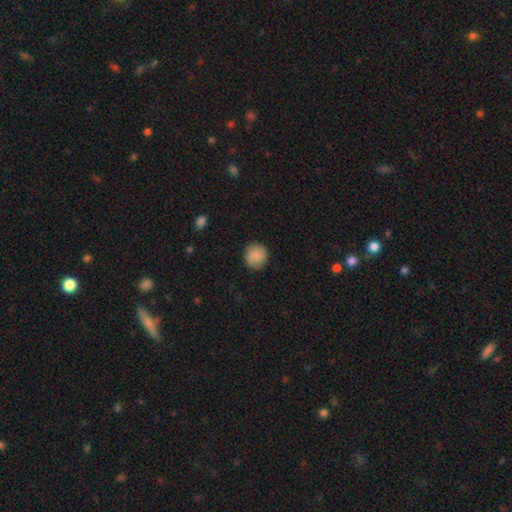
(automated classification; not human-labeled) The model was most divided on "merging": none: 87%, minor disturbance: 9%, major disturbance: 3%, merger: 1%. More confident: how rounded — round (91%); smooth or featured — smooth (87%).